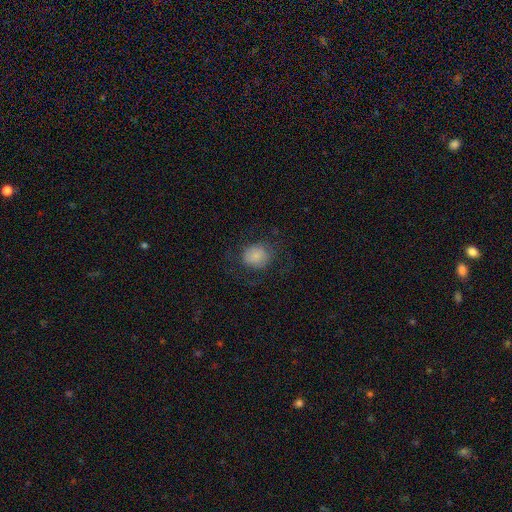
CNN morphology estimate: Overall: smooth (77%). How rounded: round (72%). Merging: none (68%).